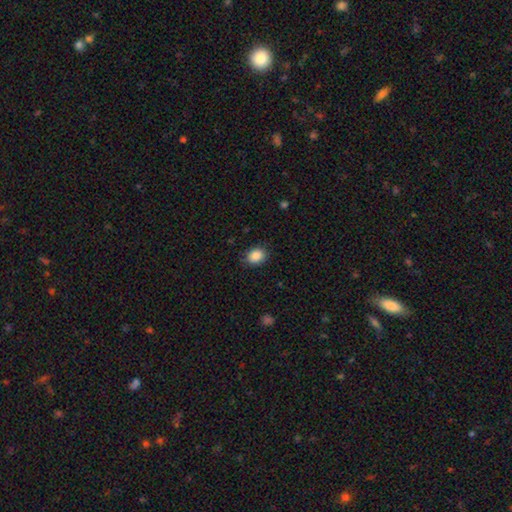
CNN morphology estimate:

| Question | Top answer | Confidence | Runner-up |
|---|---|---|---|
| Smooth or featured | smooth | 88% | star or artifact (9%) |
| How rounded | in between | 51% | round (48%) |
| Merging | none | 84% | minor disturbance (12%) |